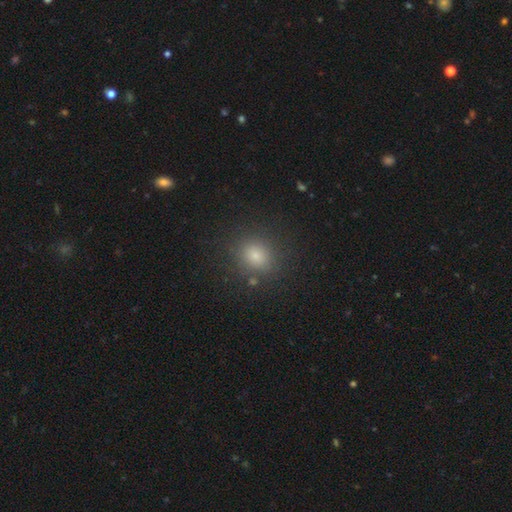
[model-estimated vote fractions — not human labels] Overall: smooth (79%). How rounded: round (65%; in between 34%). Merging: none (83%).